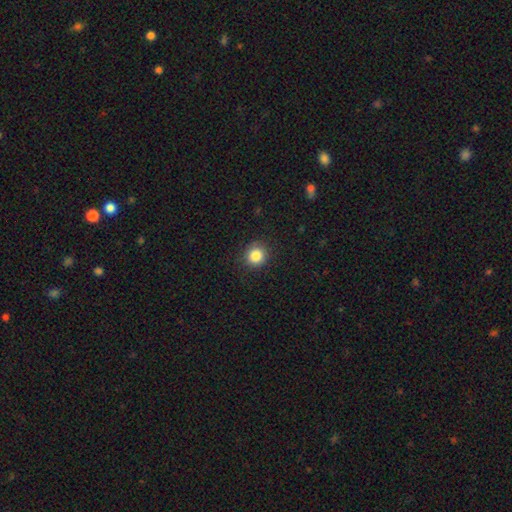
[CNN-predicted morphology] This appears to be a smooth galaxy with no disk features (84%) that is round (90%). Merging: none (89%).